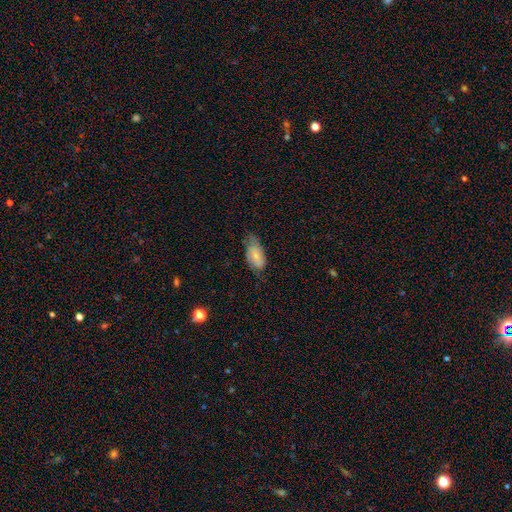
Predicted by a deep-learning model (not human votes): Smooth or featured: smooth — 65% (featured or disk — 28%)
How rounded: in between — 92% (round — 4%)
Merging: none — 51% (minor disturbance — 37%)